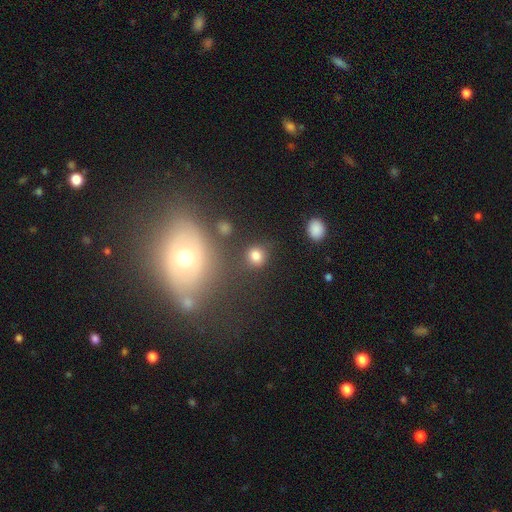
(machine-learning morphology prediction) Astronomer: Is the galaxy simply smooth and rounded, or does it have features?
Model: smooth — 80%.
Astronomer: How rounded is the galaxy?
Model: round — 80%.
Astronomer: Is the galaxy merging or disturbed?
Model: none — 78%.